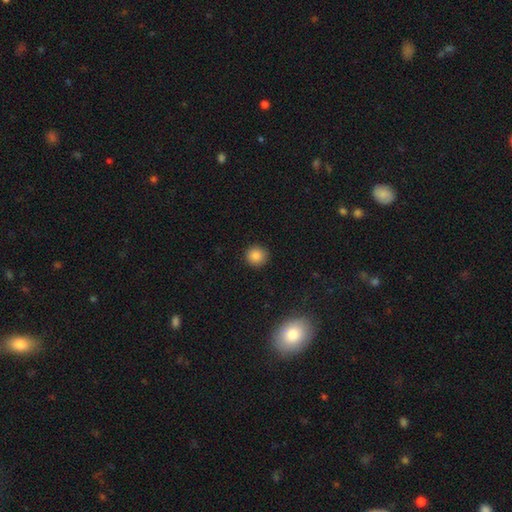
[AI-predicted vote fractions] A smooth galaxy with no disk features (85%) that is round (93%).

Vote fractions:
- Smooth or featured? smooth: 85% / star or artifact: 11% / featured or disk: 4%
- How rounded? round: 93% / in between: 6% / cigar-shaped: 1%
- Merging? none: 92% / minor disturbance: 6% / major disturbance: 2% / merger: 1%